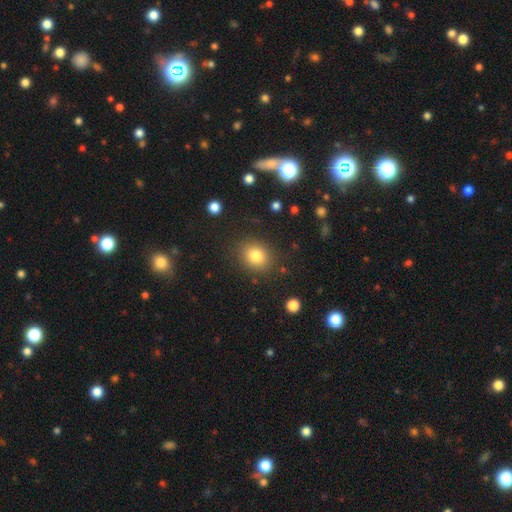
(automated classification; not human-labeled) Overall: smooth (81%). How rounded: round (66%; in between 33%). Merging: none (85%).